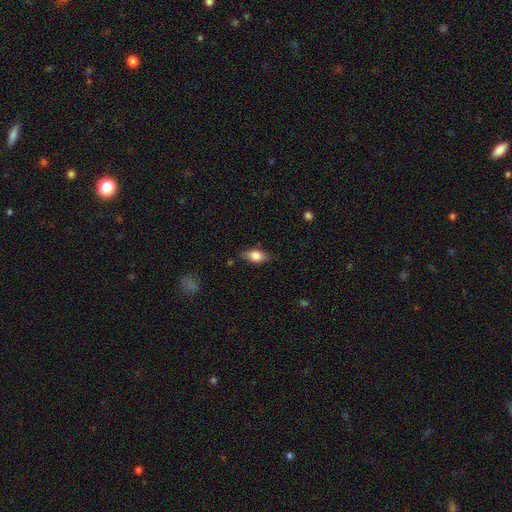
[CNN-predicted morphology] A smooth galaxy with no disk features (77%) that is in between round and cigar-shaped (84%). Merging: none (81%).